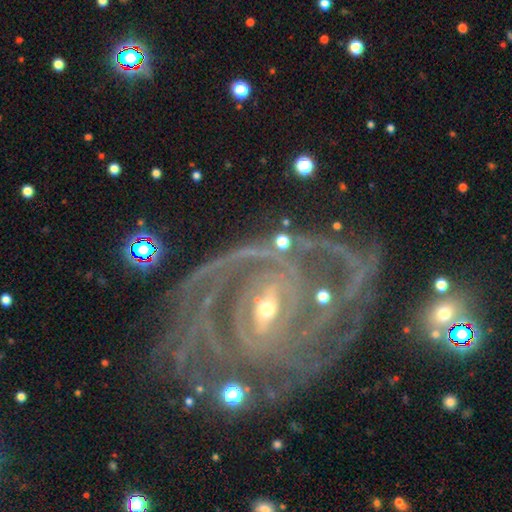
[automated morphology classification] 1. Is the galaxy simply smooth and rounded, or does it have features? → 90% featured or disk, 7% star or artifact, 4% smooth.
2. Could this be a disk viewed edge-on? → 97% no, 3% yes.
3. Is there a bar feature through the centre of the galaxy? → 39% strong, 38% weak, 23% no.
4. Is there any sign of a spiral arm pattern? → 97% yes, 3% no.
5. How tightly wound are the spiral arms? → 66% tight, 27% medium, 7% loose.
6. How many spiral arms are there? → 23% 2, 22% 3, 21% can't tell, 14% 4, 11% more than 4, 9% 1.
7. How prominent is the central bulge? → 67% small, 28% moderate, 2% large, 2% none, 1% dominant.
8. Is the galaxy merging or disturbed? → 60% none, 19% minor disturbance, 16% major disturbance, 5% merger.